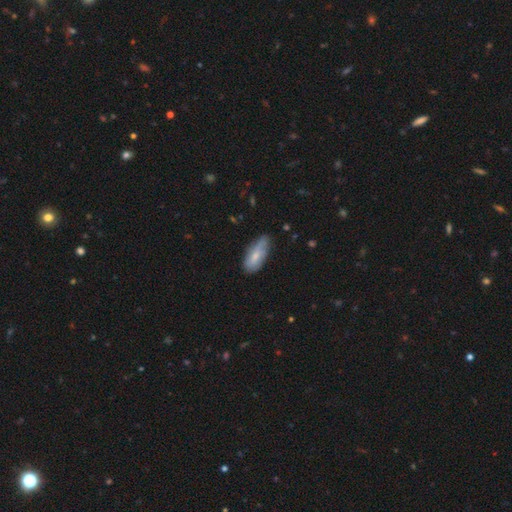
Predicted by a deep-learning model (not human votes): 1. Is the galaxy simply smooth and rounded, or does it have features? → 66% smooth, 27% featured or disk, 6% star or artifact.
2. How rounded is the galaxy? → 81% in between, 16% cigar-shaped, 2% round.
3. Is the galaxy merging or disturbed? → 60% none, 32% minor disturbance, 6% major disturbance, 2% merger.